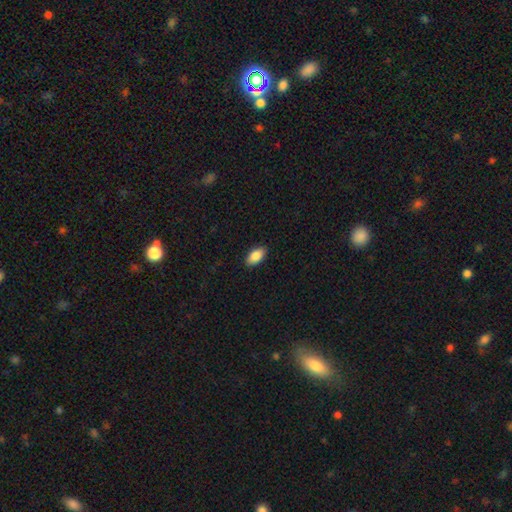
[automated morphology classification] Smooth or featured?
  - smooth: 88% *
  - star or artifact: 7%
  - featured or disk: 5%
How rounded?
  - in between: 93% *
  - cigar-shaped: 4%
  - round: 3%
Merging?
  - none: 89% *
  - minor disturbance: 9%
  - major disturbance: 2%
  - merger: 1%